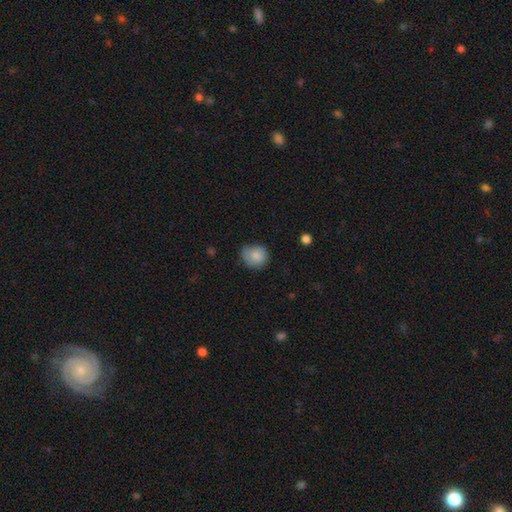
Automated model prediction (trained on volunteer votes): This appears to be a smooth galaxy with no disk features (83%) that is round (78%). Merging: none (65%).